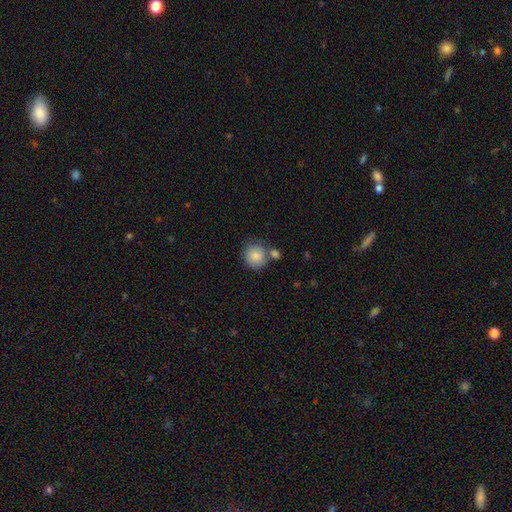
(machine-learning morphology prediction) The model was most divided on "merging": none: 61%, merger: 23%, minor disturbance: 13%, major disturbance: 4%. More confident: how rounded — round (88%); smooth or featured — smooth (85%).